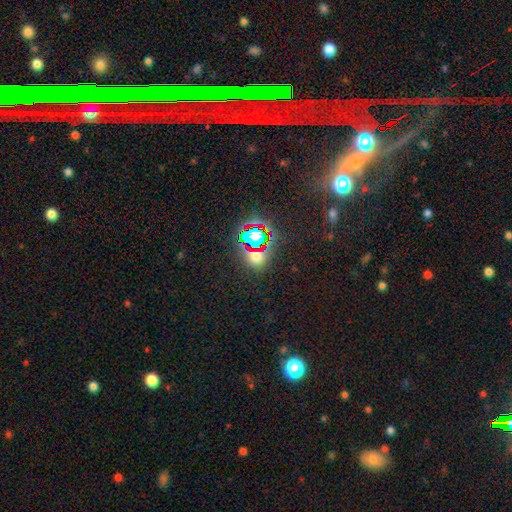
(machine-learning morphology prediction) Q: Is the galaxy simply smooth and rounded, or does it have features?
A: star or artifact — 55%.